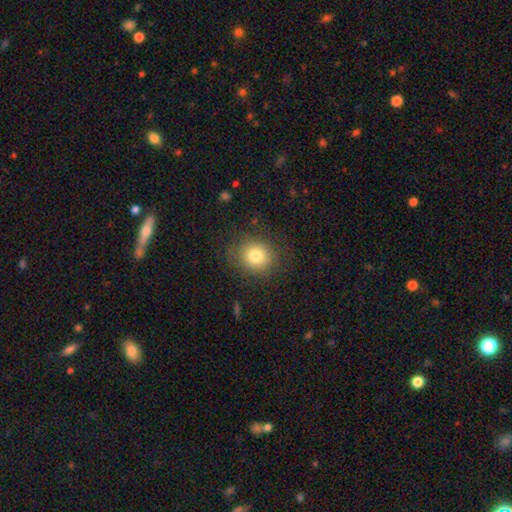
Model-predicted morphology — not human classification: A smooth galaxy with no disk features (79%) that is round (80%).

Vote fractions:
- Smooth or featured? smooth: 79% / star or artifact: 11% / featured or disk: 9%
- How rounded? round: 80% / in between: 19% / cigar-shaped: 1%
- Merging? none: 84% / minor disturbance: 10% / major disturbance: 4% / merger: 1%